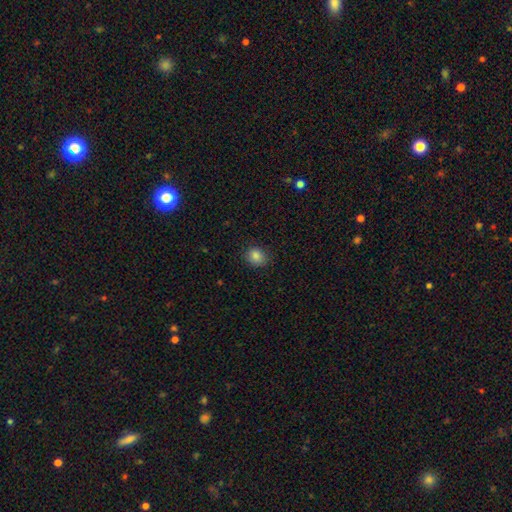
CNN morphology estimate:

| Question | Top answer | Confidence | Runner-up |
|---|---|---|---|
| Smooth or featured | smooth | 85% | star or artifact (11%) |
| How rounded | round | 73% | in between (26%) |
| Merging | none | 86% | minor disturbance (10%) |